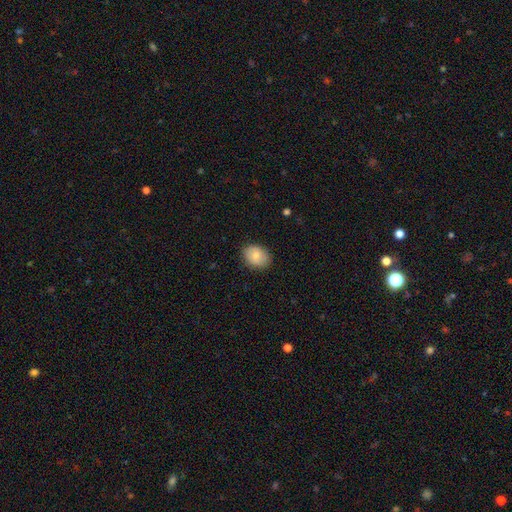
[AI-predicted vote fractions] Morphology: type=smooth (75%); roundness=in between (59%); merging=none (85%).